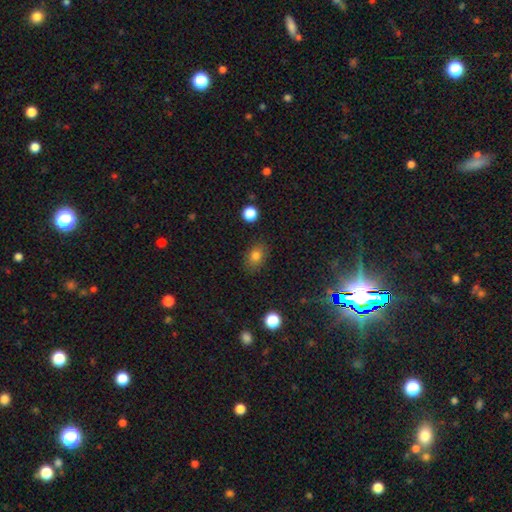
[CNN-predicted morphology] Smooth or featured: smooth — 79% (star or artifact — 12%)
How rounded: in between — 69% (round — 29%)
Merging: none — 85% (minor disturbance — 11%)